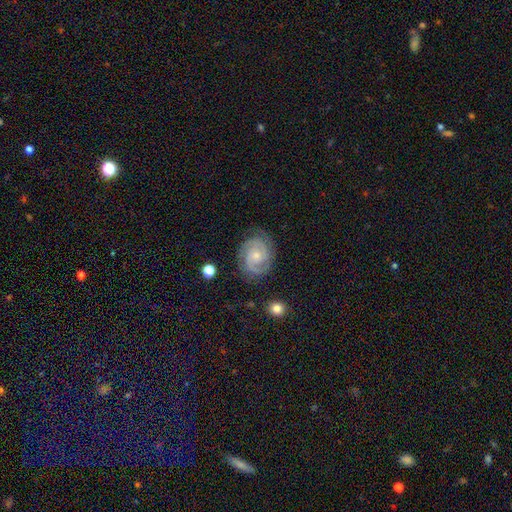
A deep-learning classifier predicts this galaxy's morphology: A featured or disk galaxy (87%) with no bar (68%), 2 (69%) tight (60%) spiral arms (98%) and a small central bulge (65%). Merging: none (79%).